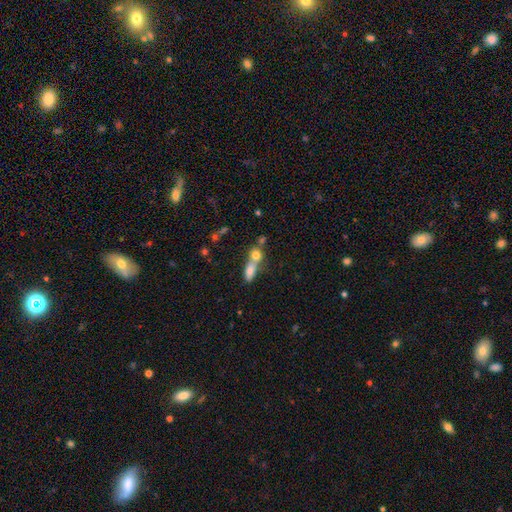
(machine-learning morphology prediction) This is likely a smooth galaxy (72%). How rounded: possibly round (50%). Merging: possibly merger (60%).